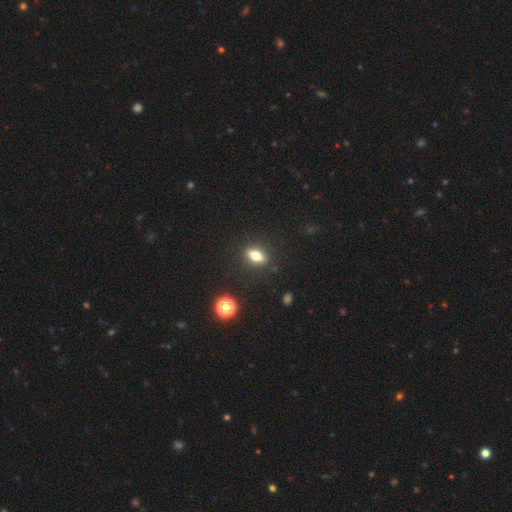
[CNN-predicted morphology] type=smooth (69%); roundness=in between (73%); merging=none (87%).